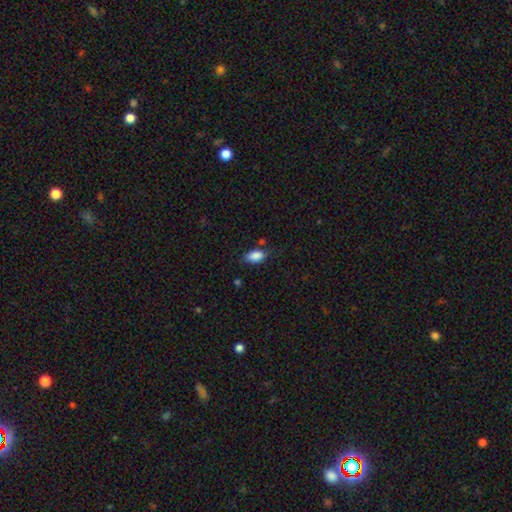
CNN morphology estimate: smooth_or_featured: smooth (p=0.86) [alt: star or artifact p=0.08]
how_rounded: in between (p=0.91) [alt: round p=0.06]
merging: none (p=0.68) [alt: minor disturbance p=0.23]